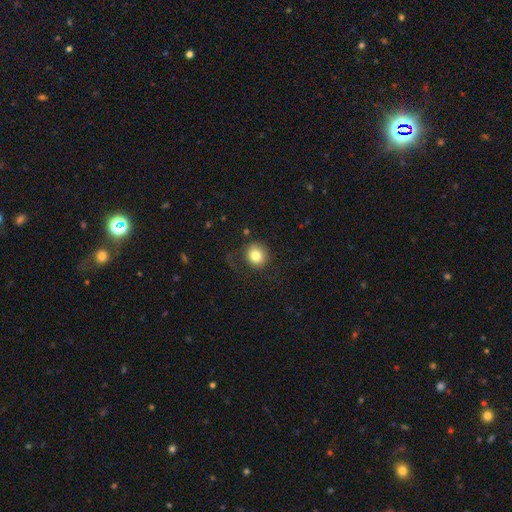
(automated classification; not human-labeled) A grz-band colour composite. It shows a smooth galaxy with no disk features (80%) that is round (84%). Merging: none (73%).